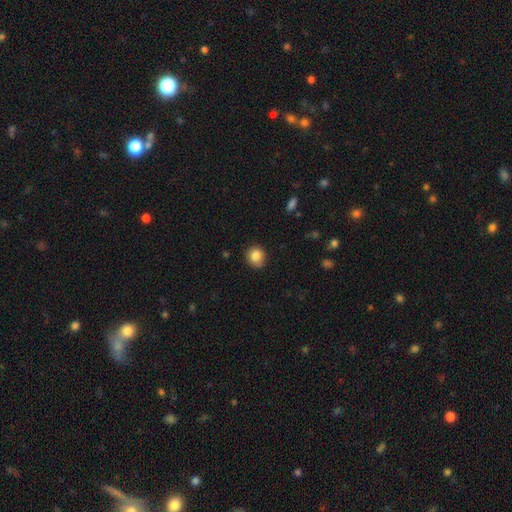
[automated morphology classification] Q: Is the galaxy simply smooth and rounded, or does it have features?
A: smooth — 84%.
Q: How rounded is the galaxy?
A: round — 84%.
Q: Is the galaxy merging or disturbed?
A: none — 80%.